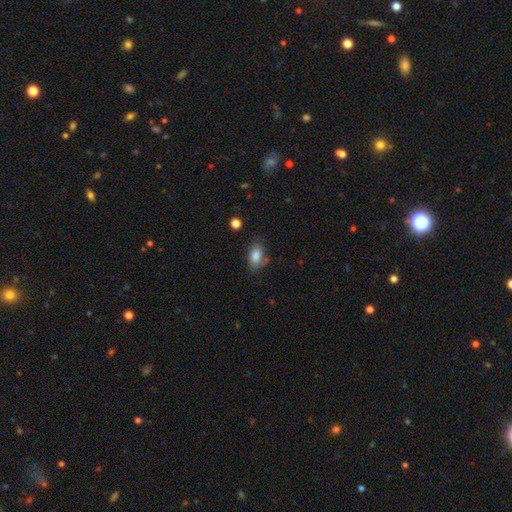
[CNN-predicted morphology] smooth_or_featured: smooth (p=0.82) [alt: featured or disk p=0.10]
how_rounded: in between (p=0.90) [alt: round p=0.08]
merging: none (p=0.65) [alt: minor disturbance p=0.24]